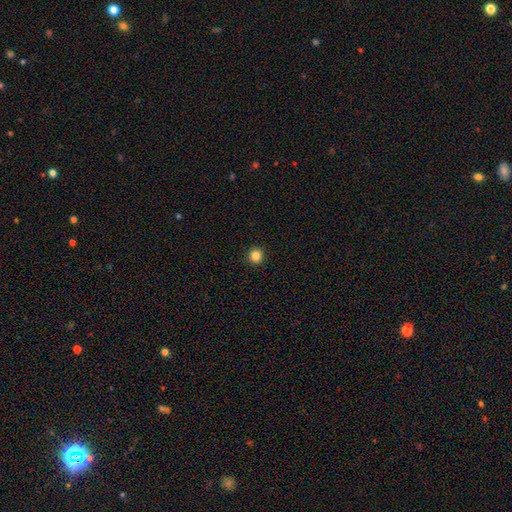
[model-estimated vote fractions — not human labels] smooth-or-featured: smooth: 84% | star or artifact: 12% | featured or disk: 4%
  how-rounded: round: 95% | in between: 4% | cigar-shaped: 1%
  merging: none: 94% | minor disturbance: 4% | major disturbance: 1% | merger: 1%